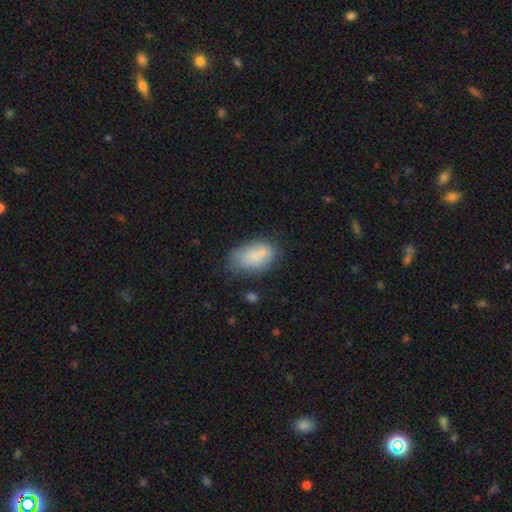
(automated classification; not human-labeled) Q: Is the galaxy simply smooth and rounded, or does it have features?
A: smooth — 79%.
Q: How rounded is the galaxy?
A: in between — 90%.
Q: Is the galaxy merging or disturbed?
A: none — 56%.